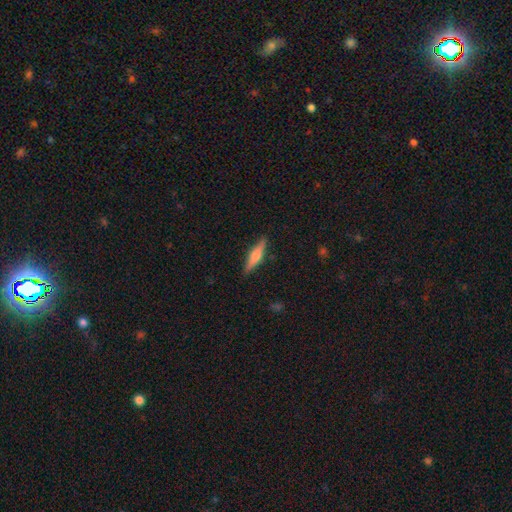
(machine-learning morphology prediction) featured or disk 49%, smooth 45%, star or artifact 6%. Down the decision tree: merging — none (89%).